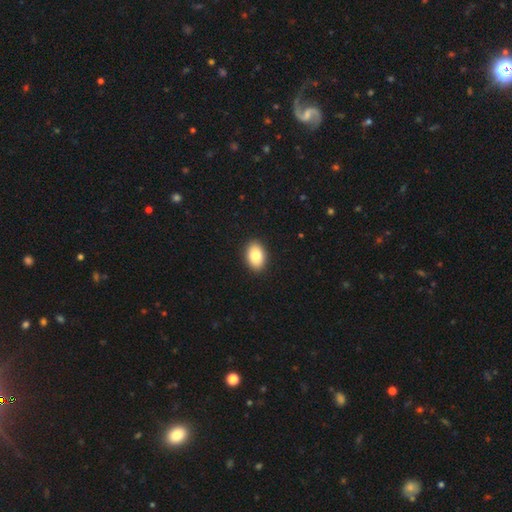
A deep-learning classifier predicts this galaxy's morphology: A smooth galaxy with no disk features (84%) that is in between round and cigar-shaped (87%). Merging: none (91%).